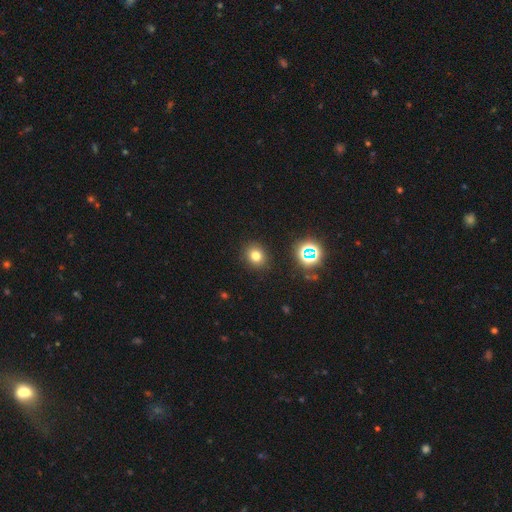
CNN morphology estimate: smooth_or_featured: smooth (p=0.74) [alt: star or artifact p=0.18]
how_rounded: round (p=0.76) [alt: in between p=0.24]
merging: none (p=0.89) [alt: minor disturbance p=0.07]